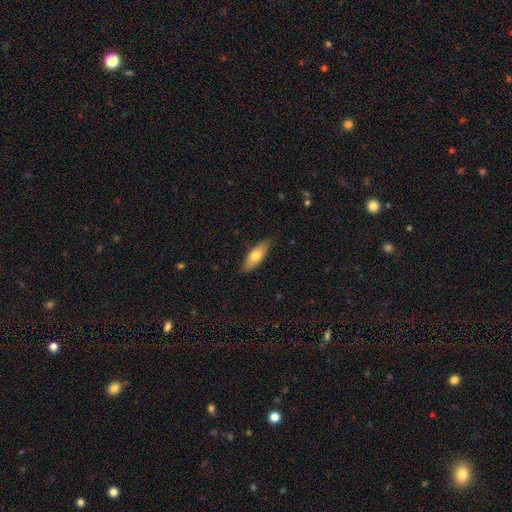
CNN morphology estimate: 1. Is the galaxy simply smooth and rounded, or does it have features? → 69% smooth, 25% featured or disk, 6% star or artifact.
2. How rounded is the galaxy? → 67% in between, 30% cigar-shaped, 3% round.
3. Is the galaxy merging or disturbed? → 85% none, 12% minor disturbance, 2% major disturbance, 1% merger.